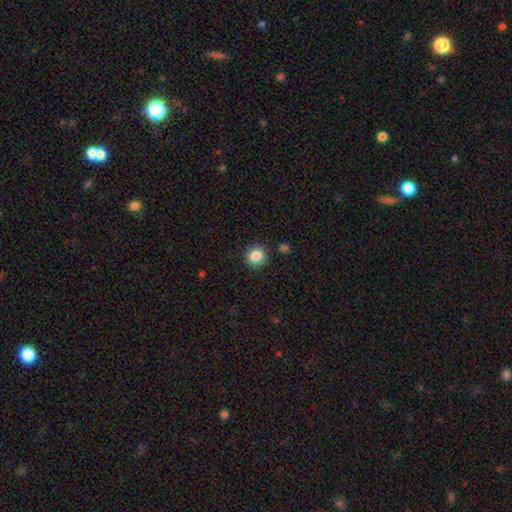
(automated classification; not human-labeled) Smooth or featured: smooth — 85% (star or artifact — 10%)
How rounded: round — 87% (in between — 12%)
Merging: none — 89% (minor disturbance — 7%)